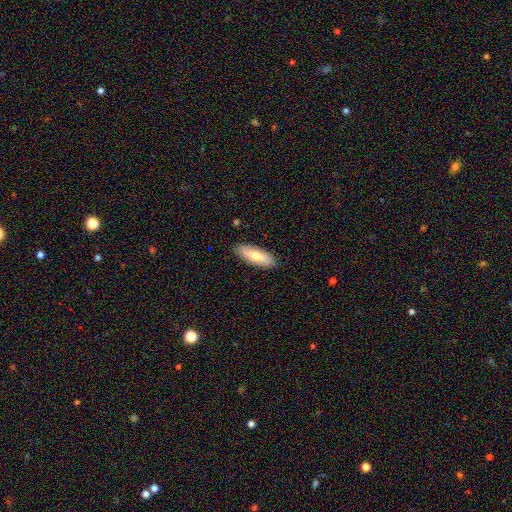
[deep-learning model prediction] Smooth or featured? smooth (69%)
How rounded? in between (62%)
Merging? none (88%)